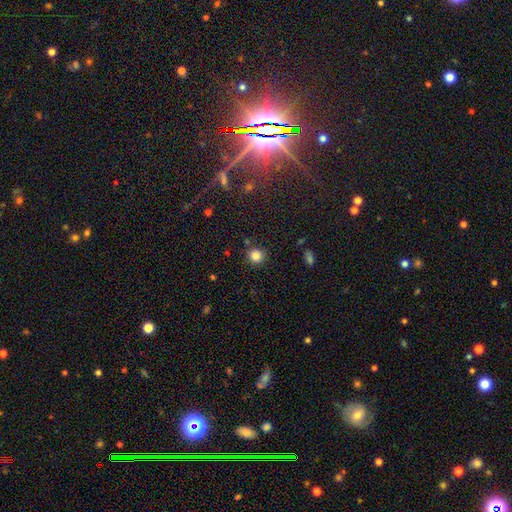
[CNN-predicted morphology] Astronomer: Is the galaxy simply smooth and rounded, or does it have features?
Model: smooth — 83%.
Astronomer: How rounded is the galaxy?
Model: round — 92%.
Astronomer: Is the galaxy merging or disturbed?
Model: none — 86%.